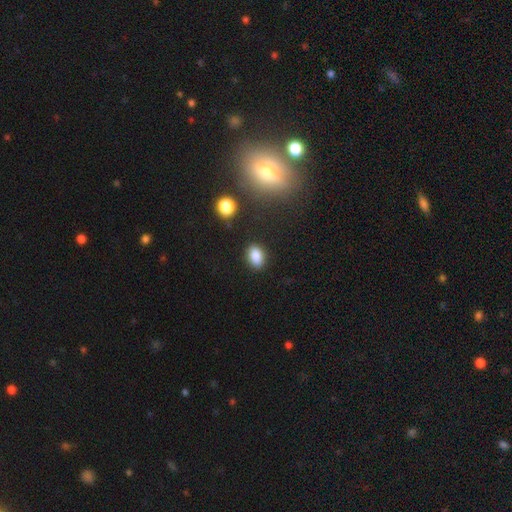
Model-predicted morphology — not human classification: A smooth galaxy with no disk features (84%) that is in between round and cigar-shaped (81%). Merging: none (86%).